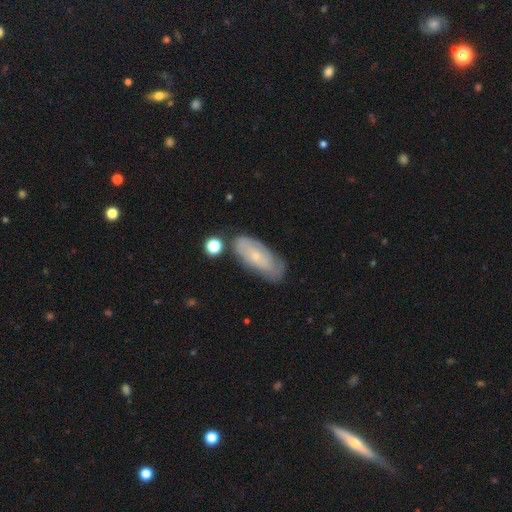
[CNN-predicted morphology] A featured or disk galaxy (46%, tied with smooth). Merging: none (65%).